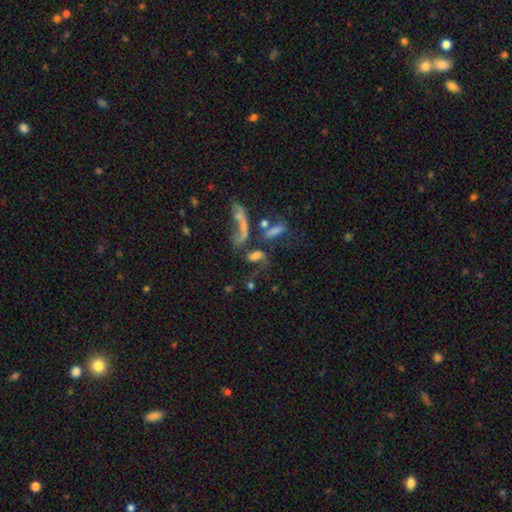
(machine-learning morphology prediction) type=smooth (44%); merging=merger (40%).